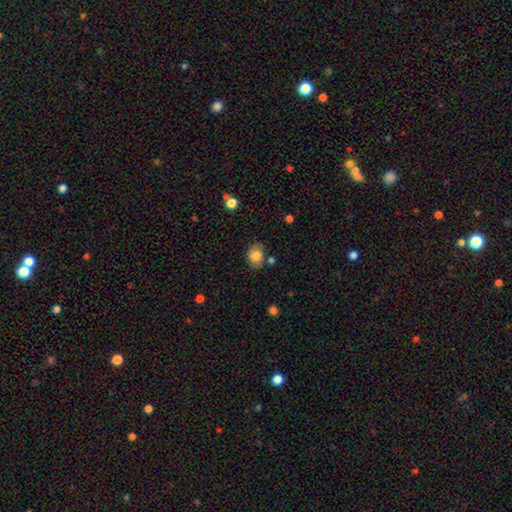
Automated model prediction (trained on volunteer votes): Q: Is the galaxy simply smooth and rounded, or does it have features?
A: smooth — 82%.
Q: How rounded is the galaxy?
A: in between — 63%.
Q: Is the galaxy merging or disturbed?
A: none — 71%.